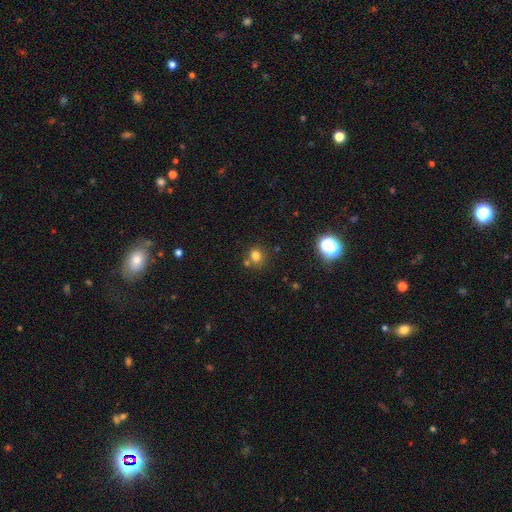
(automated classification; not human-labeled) smooth_or_featured: smooth (p=0.76) [alt: star or artifact p=0.17]
how_rounded: round (p=0.84) [alt: in between p=0.15]
merging: none (p=0.70) [alt: merger p=0.16]